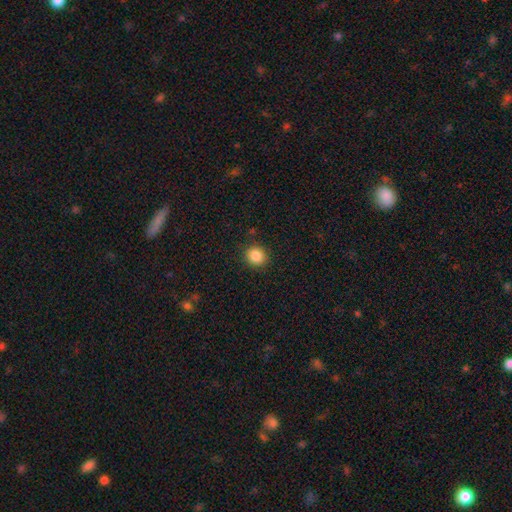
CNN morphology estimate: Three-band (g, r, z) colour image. It shows a smooth galaxy with no disk features (86%) that is round (84%). Merging: none (90%).